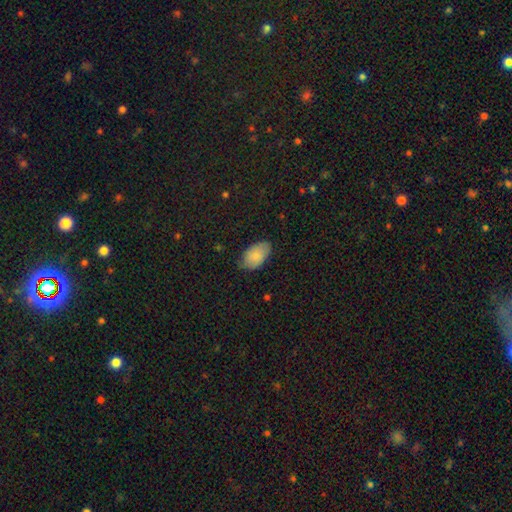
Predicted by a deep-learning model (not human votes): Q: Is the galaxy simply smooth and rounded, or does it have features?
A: smooth — 83%.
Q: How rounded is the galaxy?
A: in between — 94%.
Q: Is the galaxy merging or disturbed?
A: none — 71%.